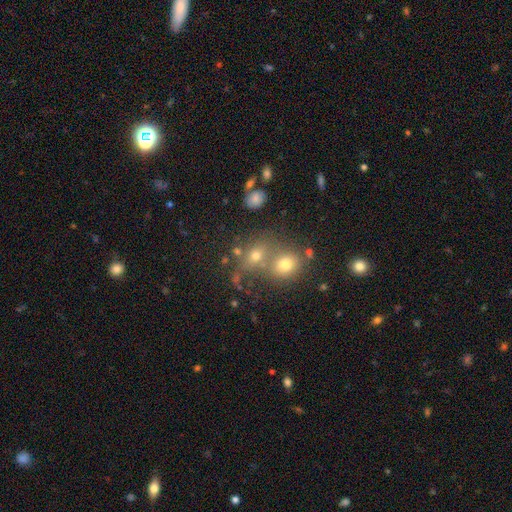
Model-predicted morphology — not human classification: Smooth or featured?
  - smooth: 65% *
  - star or artifact: 20%
  - featured or disk: 15%
How rounded?
  - round: 61% *
  - in between: 37%
  - cigar-shaped: 2%
Merging?
  - merger: 47% *
  - none: 39%
  - minor disturbance: 9%
  - major disturbance: 5%